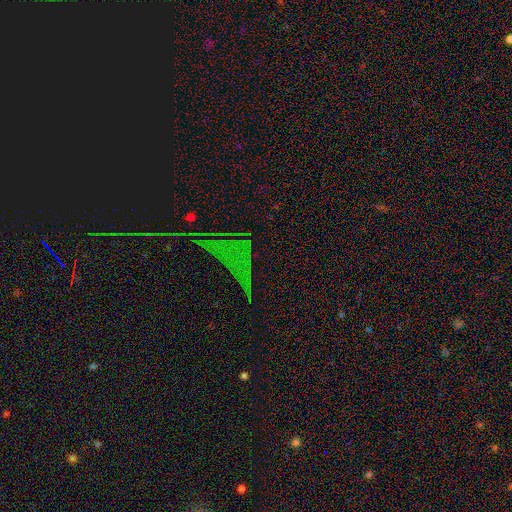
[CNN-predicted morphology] The model was most divided on "smooth or featured": star or artifact: 77%, smooth: 13%, featured or disk: 10%.